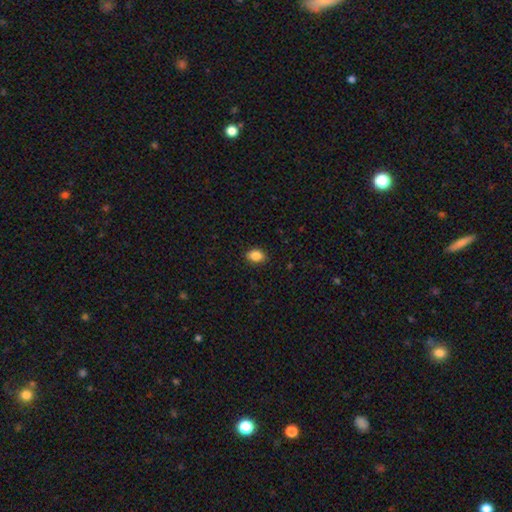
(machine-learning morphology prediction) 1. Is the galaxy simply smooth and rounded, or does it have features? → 87% smooth, 9% star or artifact, 4% featured or disk.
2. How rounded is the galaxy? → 78% in between, 21% round, 1% cigar-shaped.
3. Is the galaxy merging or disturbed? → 88% none, 9% minor disturbance, 2% major disturbance, 1% merger.